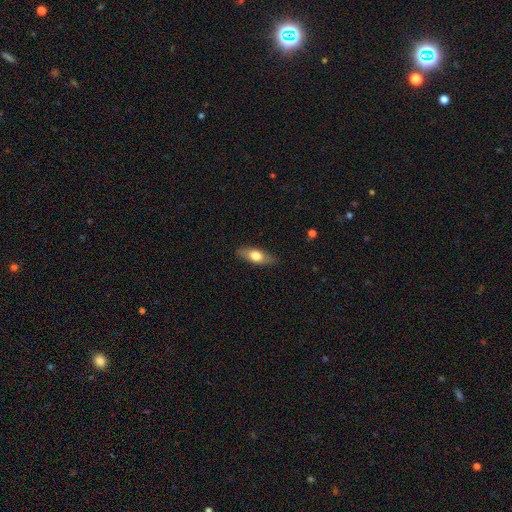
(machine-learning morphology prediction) Smooth or featured?
  - smooth: 64% *
  - featured or disk: 30%
  - star or artifact: 6%
How rounded?
  - in between: 71% *
  - cigar-shaped: 25%
  - round: 4%
Merging?
  - none: 83% *
  - minor disturbance: 13%
  - major disturbance: 3%
  - merger: 1%